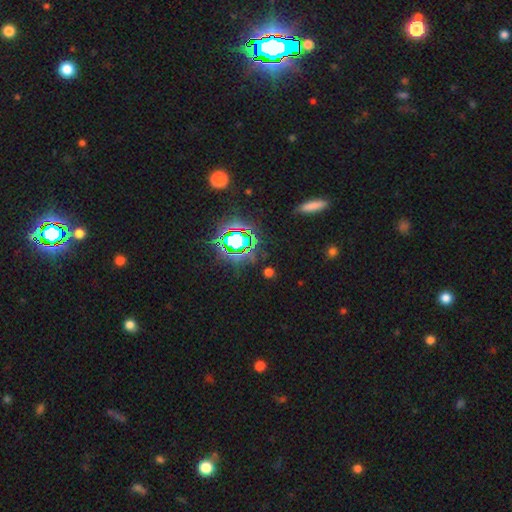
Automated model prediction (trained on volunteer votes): Smooth or featured? Predicted: star or artifact (p=0.77).